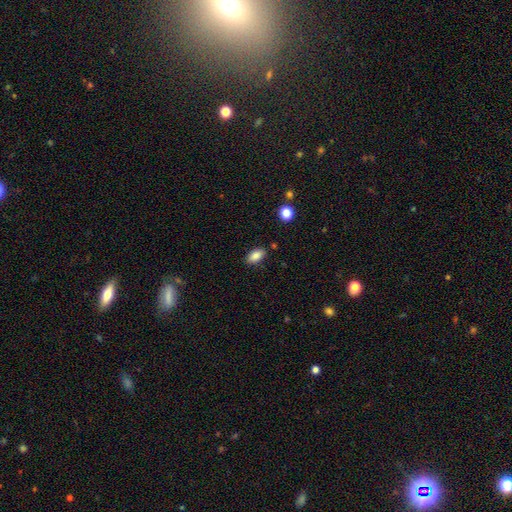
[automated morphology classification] Q: Smooth or featured?
A: smooth (86%); runner-up: star or artifact (8%)
Q: How rounded?
A: in between (91%); runner-up: round (6%)
Q: Merging?
A: none (85%); runner-up: minor disturbance (10%)